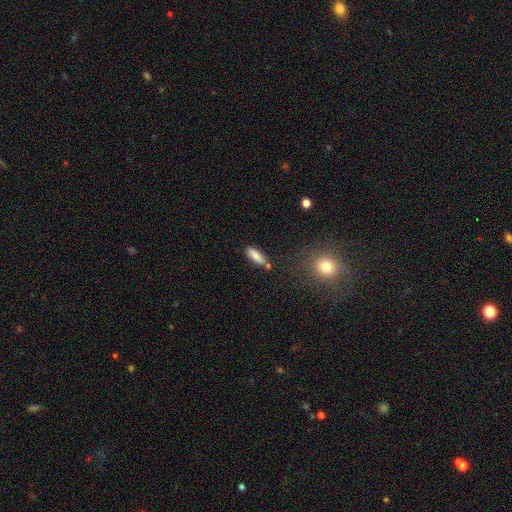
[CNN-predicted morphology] smooth-or-featured: smooth: 83% | featured or disk: 10% | star or artifact: 7%
  how-rounded: in between: 53% | cigar-shaped: 44% | round: 2%
  merging: none: 75% | minor disturbance: 14% | merger: 8% | major disturbance: 3%